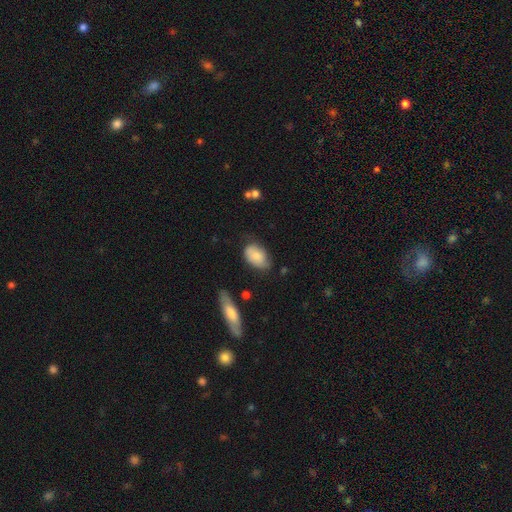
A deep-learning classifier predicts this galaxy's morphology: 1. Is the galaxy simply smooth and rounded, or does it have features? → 79% smooth, 15% featured or disk, 7% star or artifact.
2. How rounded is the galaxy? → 90% in between, 8% round, 2% cigar-shaped.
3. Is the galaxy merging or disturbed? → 60% none, 30% minor disturbance, 7% major disturbance, 3% merger.